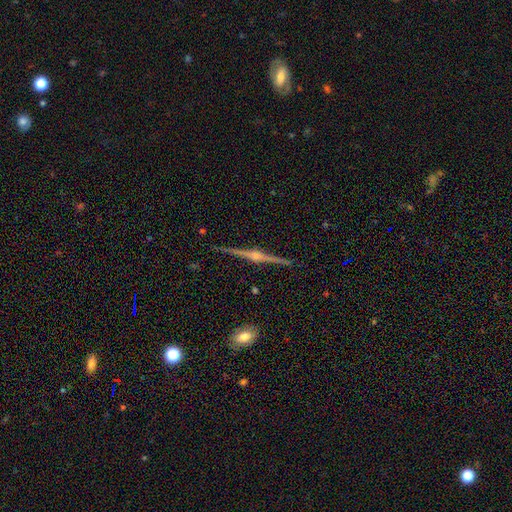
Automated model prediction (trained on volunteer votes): A featured or disk galaxy (89%) viewed edge-on (99%) with a rounded central bulge (90%).

Vote fractions:
- Smooth or featured? featured or disk: 89% / star or artifact: 6% / smooth: 5%
- Edge-on disk? yes: 99% / no: 1%
- Edge-on bulge? rounded: 90% / boxy: 6% / none: 4%
- Merging? none: 92% / minor disturbance: 5% / major disturbance: 1% / merger: 1%